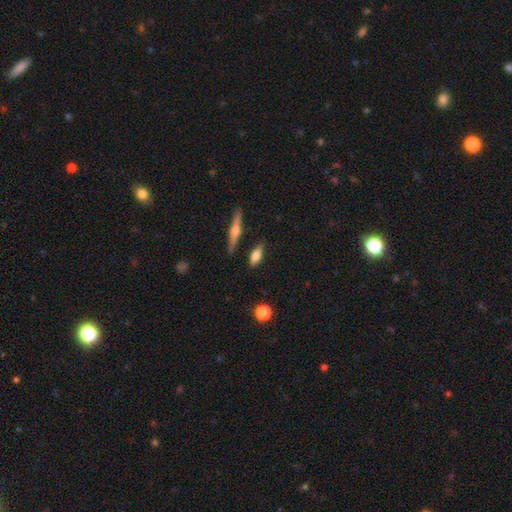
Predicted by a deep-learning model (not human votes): Q: Smooth or featured?
A: smooth (66%); runner-up: featured or disk (26%)
Q: How rounded?
A: in between (64%); runner-up: cigar-shaped (30%)
Q: Merging?
A: none (80%); runner-up: minor disturbance (13%)